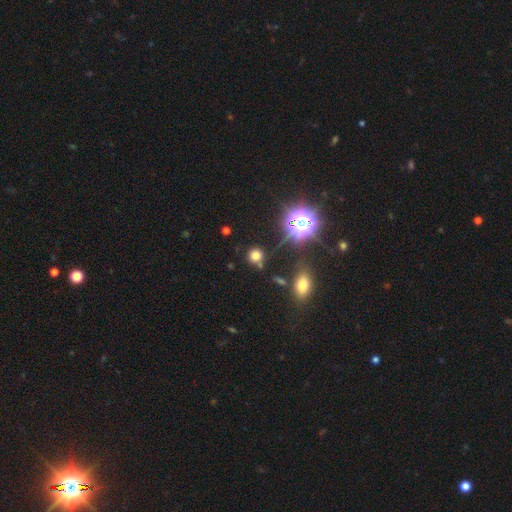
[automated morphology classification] This appears to be a smooth galaxy with no disk features (65%) that is round (87%). Merging: none (75%).